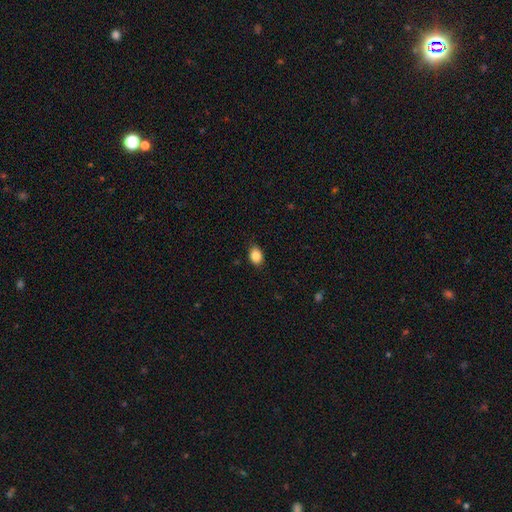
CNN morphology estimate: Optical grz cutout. It shows a smooth galaxy with no disk features (87%) that is in between round and cigar-shaped (74%). Merging: none (86%).